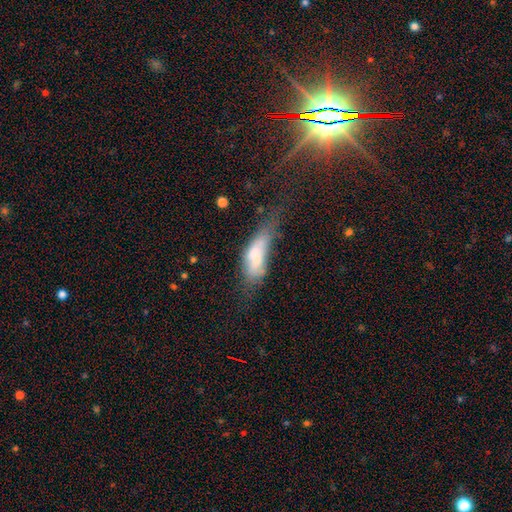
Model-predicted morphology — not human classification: Smooth or featured: smooth — 54% (featured or disk — 36%)
How rounded: in between — 69% (cigar-shaped — 27%)
Merging: major disturbance — 33% (merger — 23%)